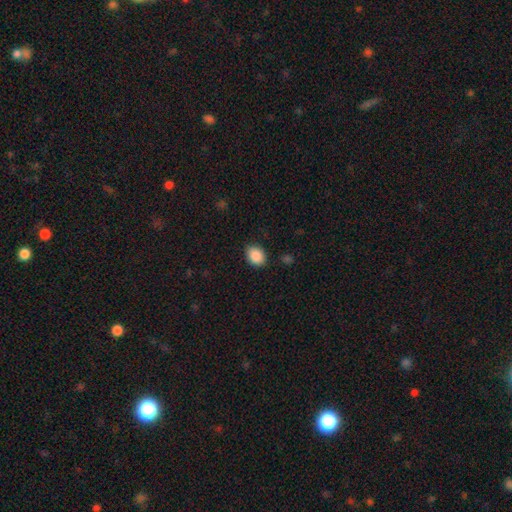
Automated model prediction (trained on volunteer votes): Overall: smooth (88%). How rounded: in between (57%; round 42%). Merging: none (87%).